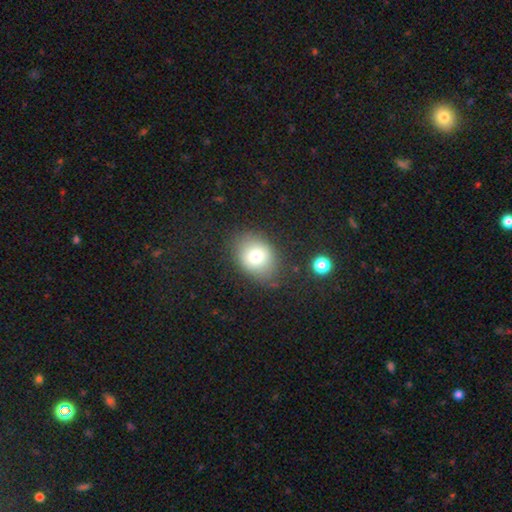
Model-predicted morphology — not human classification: type=smooth (78%); roundness=in between (62%); merging=none (78%).